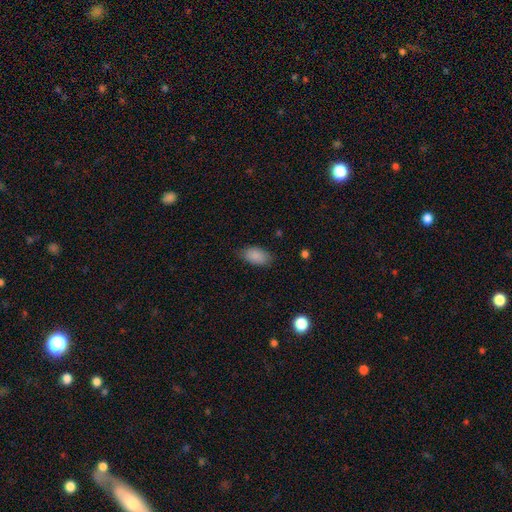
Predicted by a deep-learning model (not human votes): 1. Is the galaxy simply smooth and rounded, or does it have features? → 88% smooth, 7% star or artifact, 4% featured or disk.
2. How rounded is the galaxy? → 93% in between, 4% round, 2% cigar-shaped.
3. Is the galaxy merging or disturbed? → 81% none, 15% minor disturbance, 3% major disturbance, 1% merger.